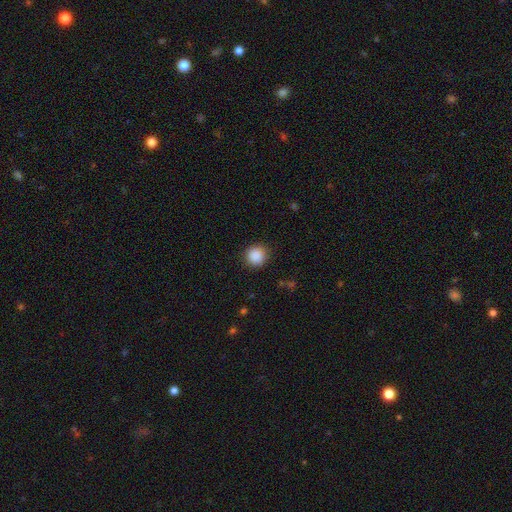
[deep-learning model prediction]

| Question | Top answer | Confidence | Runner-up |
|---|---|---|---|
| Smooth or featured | smooth | 88% | star or artifact (10%) |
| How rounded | round | 93% | in between (6%) |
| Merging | none | 89% | minor disturbance (7%) |